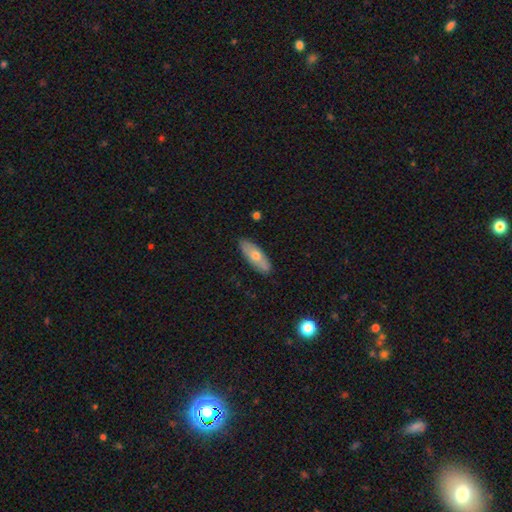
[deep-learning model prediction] Q: Smooth or featured?
A: smooth (61%); runner-up: featured or disk (33%)
Q: How rounded?
A: in between (70%); runner-up: cigar-shaped (28%)
Q: Merging?
A: none (86%); runner-up: minor disturbance (11%)